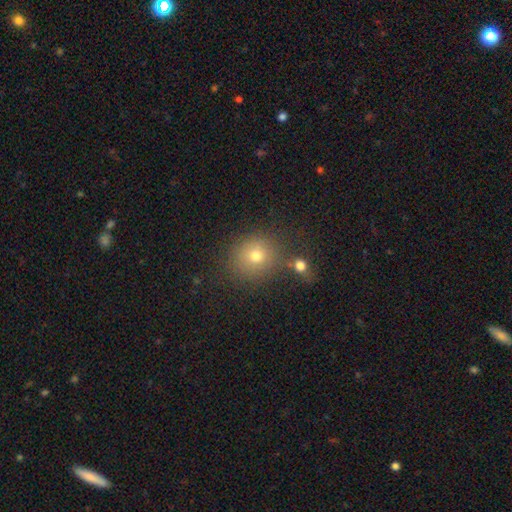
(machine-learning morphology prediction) Q: Smooth or featured?
A: smooth (73%); runner-up: star or artifact (16%)
Q: How rounded?
A: round (83%); runner-up: in between (16%)
Q: Merging?
A: none (72%); runner-up: merger (12%)